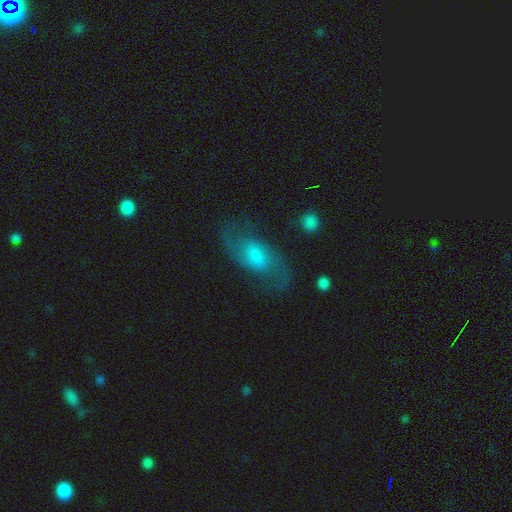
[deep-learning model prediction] featured or disk 79%, smooth 13%, star or artifact 7%. Down the decision tree: edge-on disk — no (96%); bar — weak (55%); spiral arms — yes (95%); spiral arm count — 2 (91%); spiral winding — medium (51%); bulge size — moderate (46%); merging — none (76%).